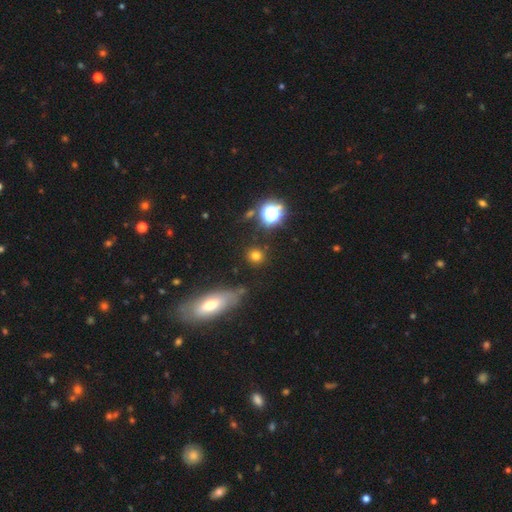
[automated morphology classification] A smooth galaxy with no disk features (73%) that is round (87%). Merging: none (84%).